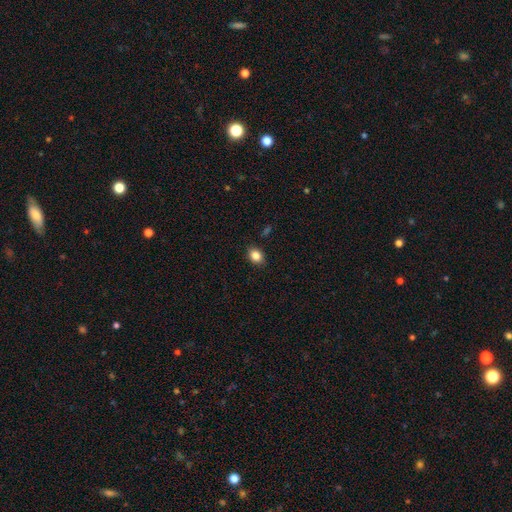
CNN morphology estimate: smooth 85%, star or artifact 10%, featured or disk 5%. Down the decision tree: how rounded — in between (58%); merging — none (88%).